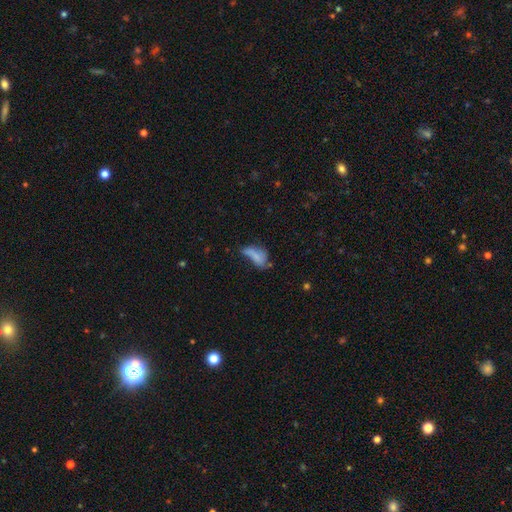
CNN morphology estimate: smooth-or-featured: smooth: 64% | featured or disk: 24% | star or artifact: 12%
  how-rounded: in between: 81% | cigar-shaped: 14% | round: 5%
  merging: major disturbance: 34% | minor disturbance: 27% | none: 25% | merger: 14%